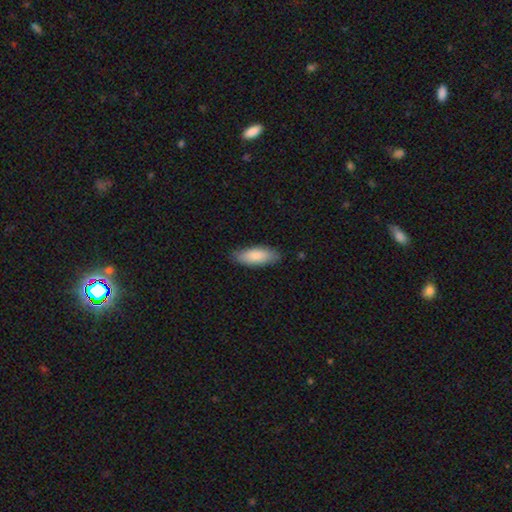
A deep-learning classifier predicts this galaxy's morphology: smooth_or_featured: smooth (p=0.86) [alt: featured or disk p=0.09]
how_rounded: in between (p=0.76) [alt: cigar-shaped p=0.22]
merging: none (p=0.82) [alt: minor disturbance p=0.15]